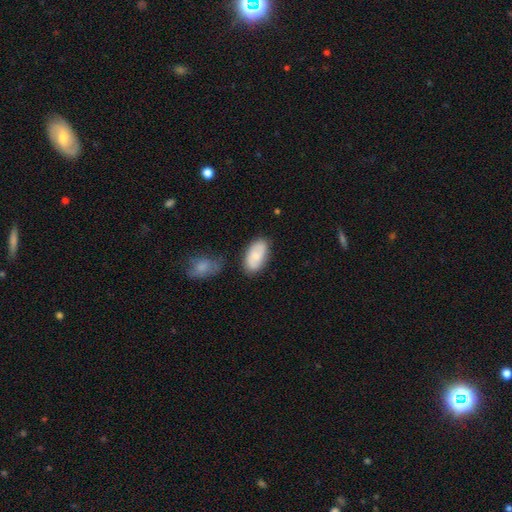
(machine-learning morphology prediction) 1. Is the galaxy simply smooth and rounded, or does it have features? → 70% smooth, 23% featured or disk, 6% star or artifact.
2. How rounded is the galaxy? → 94% in between, 3% round, 3% cigar-shaped.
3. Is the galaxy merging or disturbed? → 72% none, 17% minor disturbance, 7% merger, 4% major disturbance.